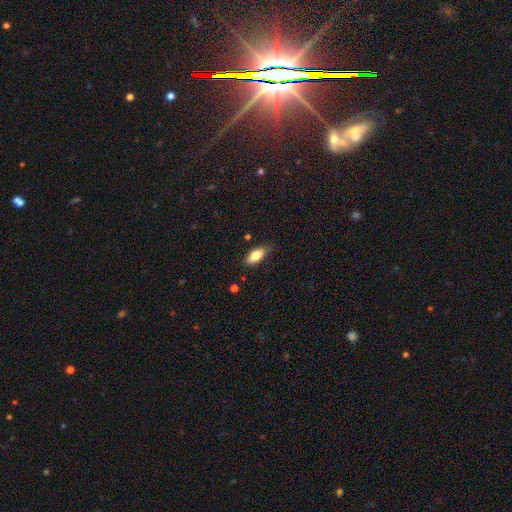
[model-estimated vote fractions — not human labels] This is clearly a smooth galaxy (81%). How rounded: clearly in between (85%). Merging: likely none (79%).